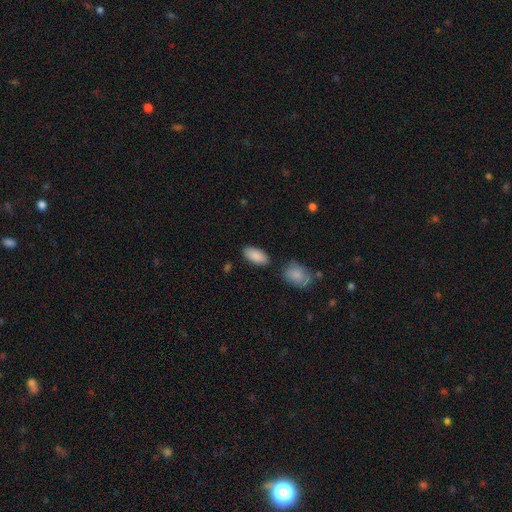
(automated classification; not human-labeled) This appears to be a smooth galaxy with no disk features (89%) that is in between round and cigar-shaped (93%). Merging: none (81%).